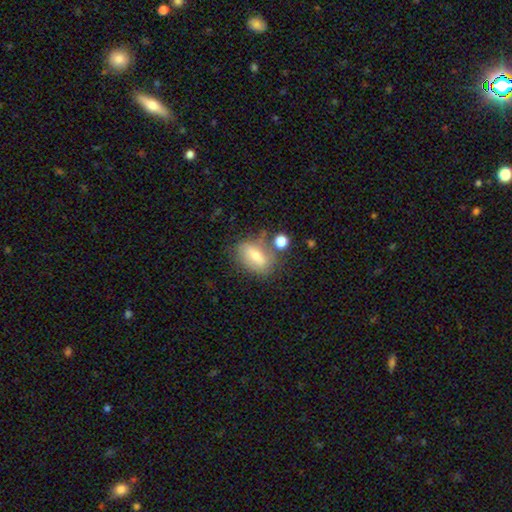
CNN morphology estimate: This appears to be a smooth galaxy with no disk features (55%) that is in between round and cigar-shaped (78%). Merging: none (59%).